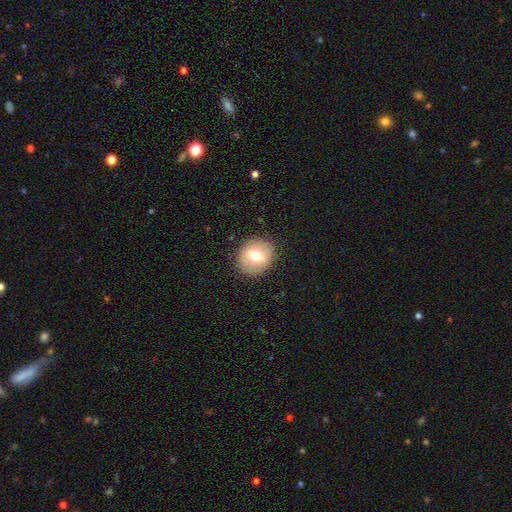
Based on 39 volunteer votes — A smooth galaxy with no disk features (69%) that is round (85%).

Vote fractions:
- Smooth or featured? smooth: 69% / featured or disk: 26% / star or artifact: 5%
- How rounded? round: 85% / in between: 15% / cigar-shaped: 0%
- Merging? none: 76% / minor disturbance: 16% / major disturbance: 5% / merger: 3%